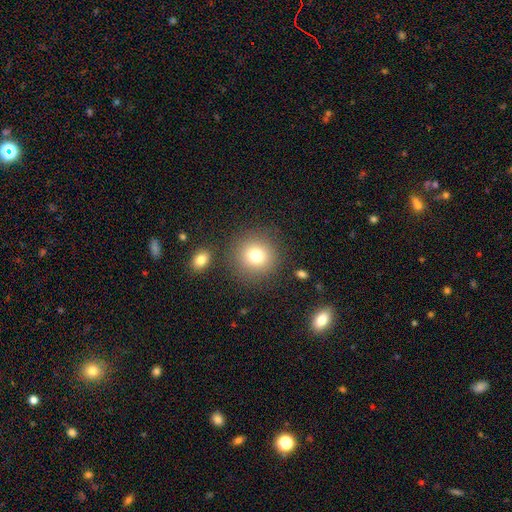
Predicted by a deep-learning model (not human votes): The model was most divided on "smooth or featured": smooth: 77%, star or artifact: 13%, featured or disk: 10%. More confident: how rounded — round (92%); merging — none (84%).